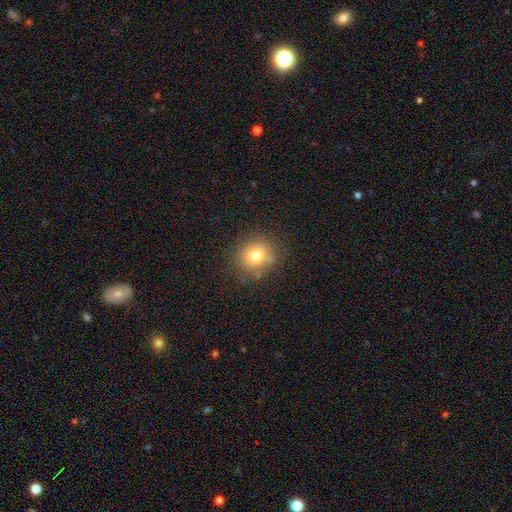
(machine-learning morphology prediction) smooth 76%, star or artifact 13%, featured or disk 10%. Down the decision tree: how rounded — round (78%); merging — none (82%).